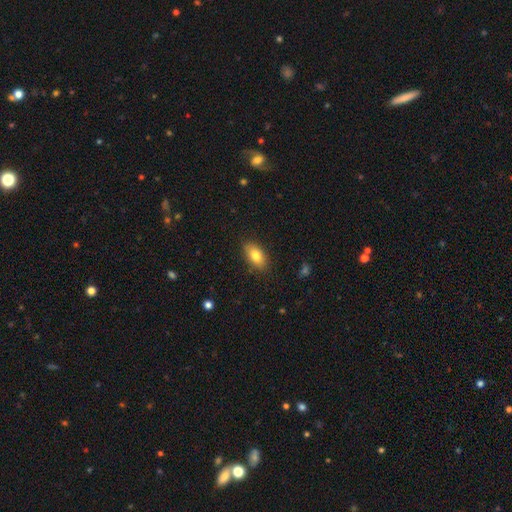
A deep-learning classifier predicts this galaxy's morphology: Smooth or featured?
  - smooth: 81% *
  - featured or disk: 12%
  - star or artifact: 8%
How rounded?
  - in between: 89% *
  - round: 7%
  - cigar-shaped: 4%
Merging?
  - none: 85% *
  - minor disturbance: 12%
  - major disturbance: 2%
  - merger: 1%